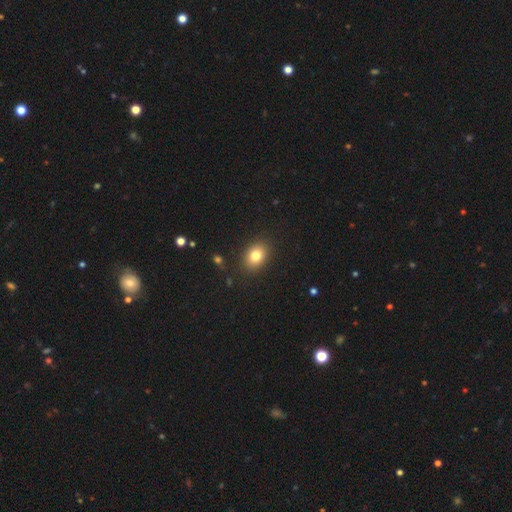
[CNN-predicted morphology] Smooth or featured: smooth — 80% (star or artifact — 11%)
How rounded: in between — 63% (round — 36%)
Merging: none — 87% (minor disturbance — 9%)